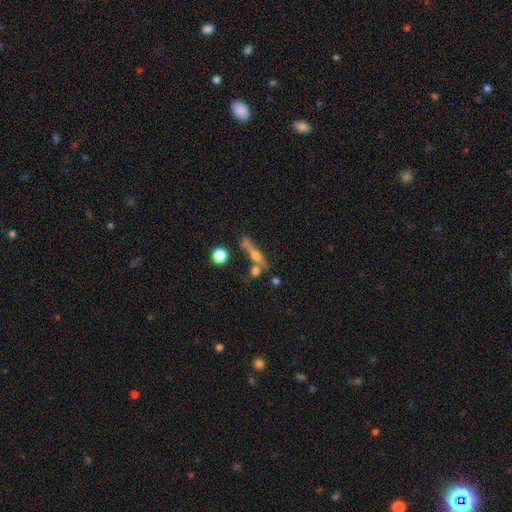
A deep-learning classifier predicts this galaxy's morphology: A featured or disk galaxy (51%) viewed edge-on (85%).

Vote fractions:
- Smooth or featured? featured or disk: 51% / smooth: 38% / star or artifact: 11%
- Edge-on disk? yes: 85% / no: 15%
- Merging? none: 56% / merger: 20% / minor disturbance: 16% / major disturbance: 8%